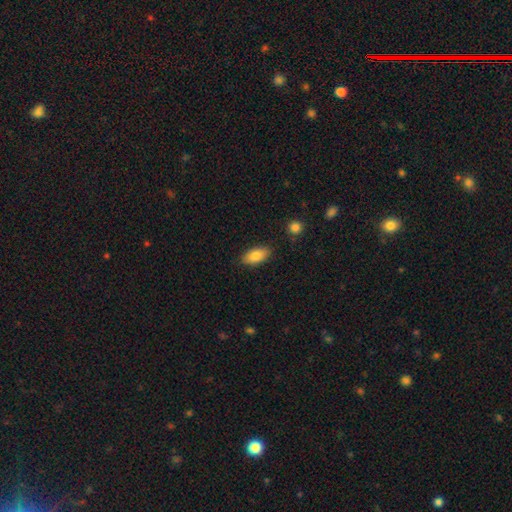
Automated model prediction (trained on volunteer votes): Morphology: type=smooth (83%); roundness=in between (90%); merging=none (84%).